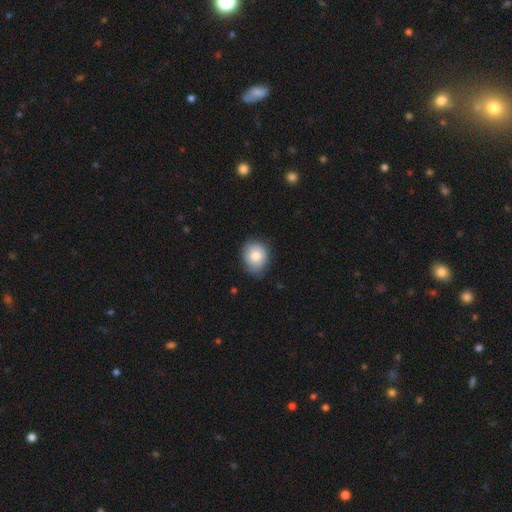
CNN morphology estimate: smooth 80%, featured or disk 12%, star or artifact 8%. Down the decision tree: how rounded — round (67%); merging — none (76%).